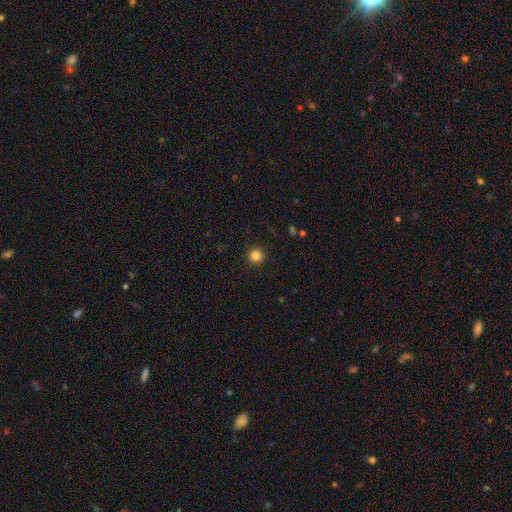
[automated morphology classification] smooth 84%, star or artifact 12%, featured or disk 4%. Down the decision tree: how rounded — round (96%); merging — none (92%).